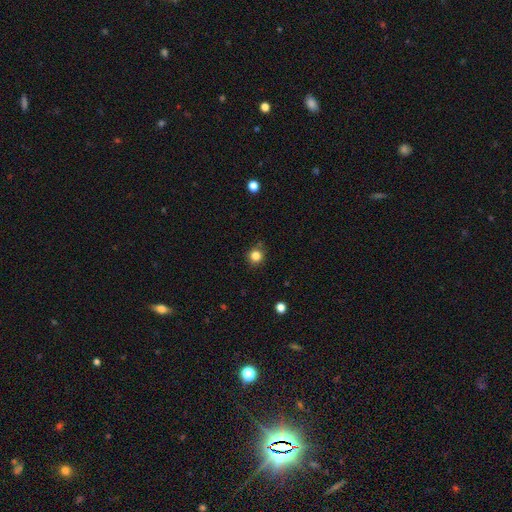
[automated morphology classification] This is clearly a smooth galaxy (83%). How rounded: clearly round (89%). Merging: clearly none (82%).